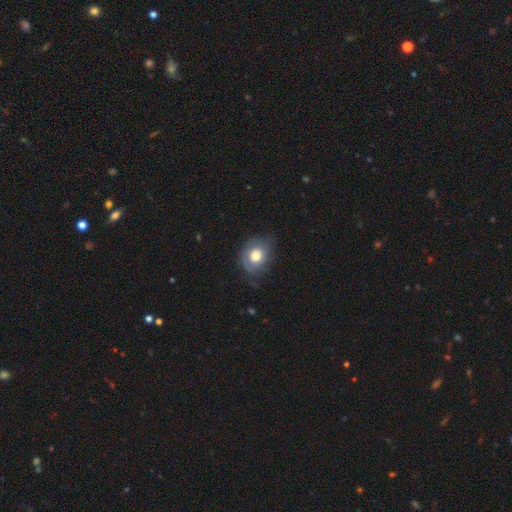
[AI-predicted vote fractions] This appears to be a smooth galaxy with no disk features (71%) that is round (54%). Merging: none (64%).